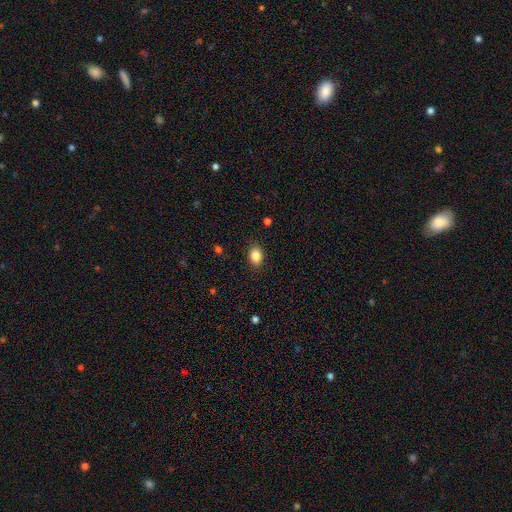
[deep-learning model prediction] This is clearly a smooth galaxy (86%). How rounded: likely in between (71%). Merging: clearly none (88%).